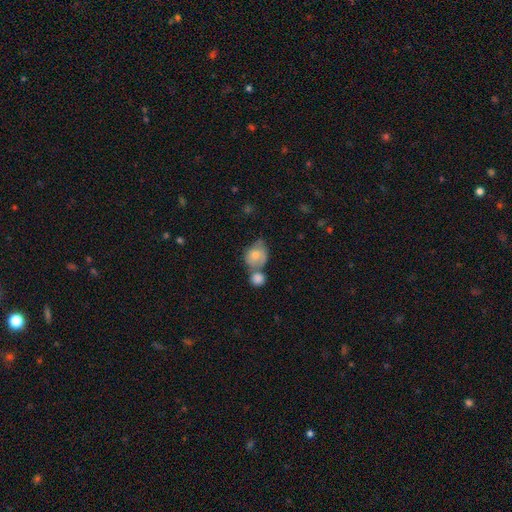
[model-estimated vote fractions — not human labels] Morphology: type=smooth (74%); roundness=round (63%); merging=merger (49%).